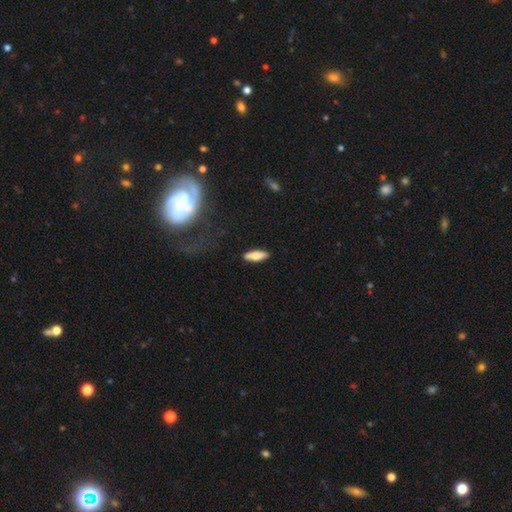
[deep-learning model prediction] Q: Smooth or featured?
A: smooth (75%); runner-up: featured or disk (19%)
Q: How rounded?
A: in between (54%); runner-up: cigar-shaped (44%)
Q: Merging?
A: none (88%); runner-up: minor disturbance (9%)